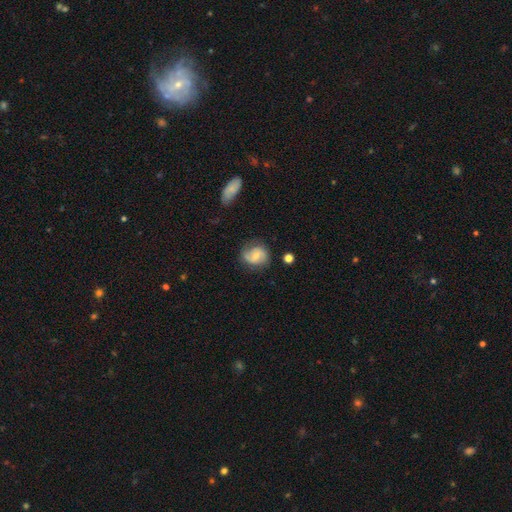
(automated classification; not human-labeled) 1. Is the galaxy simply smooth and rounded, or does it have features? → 58% featured or disk, 35% smooth, 7% star or artifact.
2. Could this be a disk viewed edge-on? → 97% no, 3% yes.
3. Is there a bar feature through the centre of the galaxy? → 53% no, 38% weak, 9% strong.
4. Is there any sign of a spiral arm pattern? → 87% yes, 13% no.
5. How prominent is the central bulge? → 48% moderate, 45% small, 3% none, 3% large, 1% dominant.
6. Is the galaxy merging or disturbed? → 69% none, 21% minor disturbance, 7% major disturbance, 2% merger.